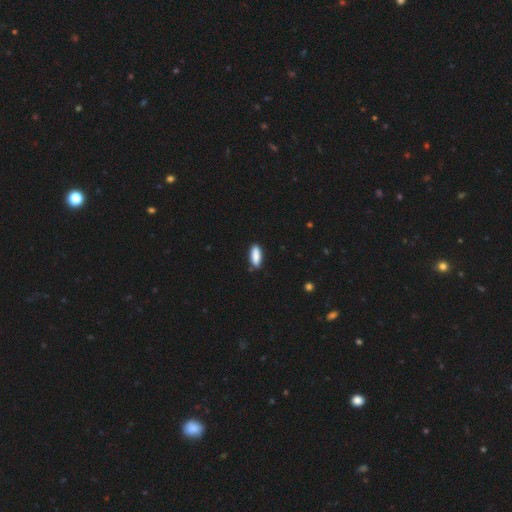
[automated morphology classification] Smooth or featured?
  - smooth: 89% *
  - star or artifact: 6%
  - featured or disk: 5%
How rounded?
  - in between: 72% *
  - cigar-shaped: 26%
  - round: 2%
Merging?
  - none: 83% *
  - minor disturbance: 14%
  - major disturbance: 2%
  - merger: 1%